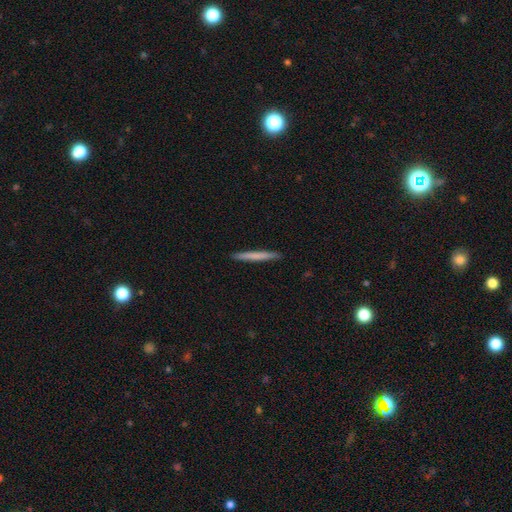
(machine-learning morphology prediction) This appears to be a smooth galaxy with no disk features (67%) that is cigar-shaped (97%). Merging: none (92%).